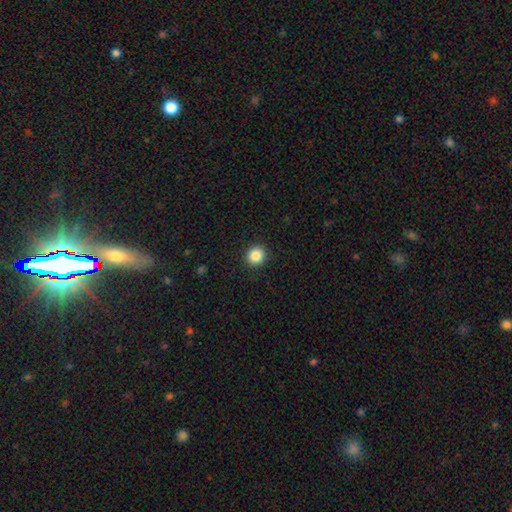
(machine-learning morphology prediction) smooth 86%, star or artifact 10%, featured or disk 4%. Down the decision tree: how rounded — round (89%); merging — none (92%).